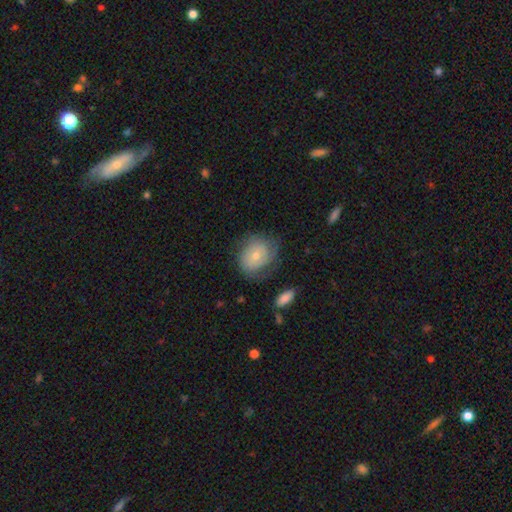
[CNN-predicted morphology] type=smooth (57%); roundness=round (58%); merging=none (63%).